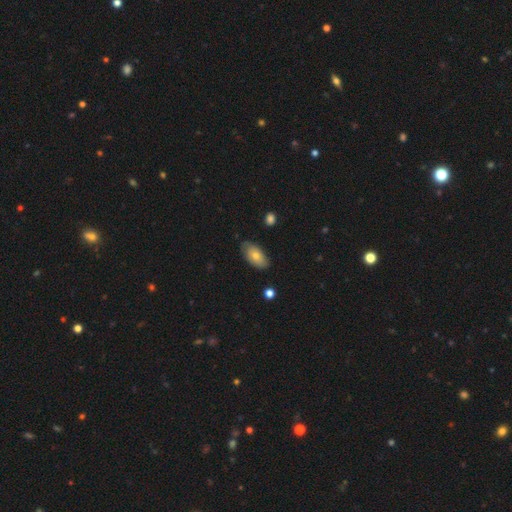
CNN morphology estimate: smooth-or-featured: smooth: 70% | featured or disk: 24% | star or artifact: 7%
  how-rounded: in between: 93% | round: 4% | cigar-shaped: 3%
  merging: none: 77% | minor disturbance: 18% | major disturbance: 3% | merger: 1%